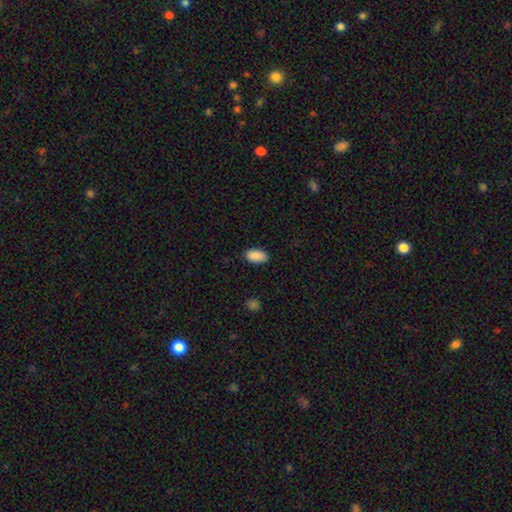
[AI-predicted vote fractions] Smooth or featured? smooth (90%)
How rounded? in between (94%)
Merging? none (87%)